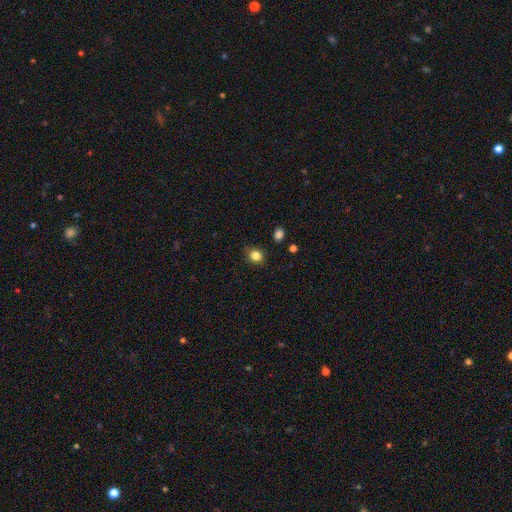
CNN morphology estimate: Smooth or featured? smooth (83%)
How rounded? round (72%)
Merging? none (85%)